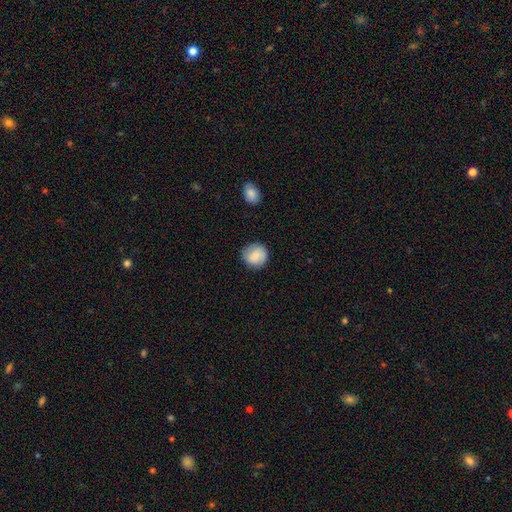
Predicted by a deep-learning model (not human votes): A smooth galaxy with no disk features (84%) that is round (91%). Merging: none (85%).